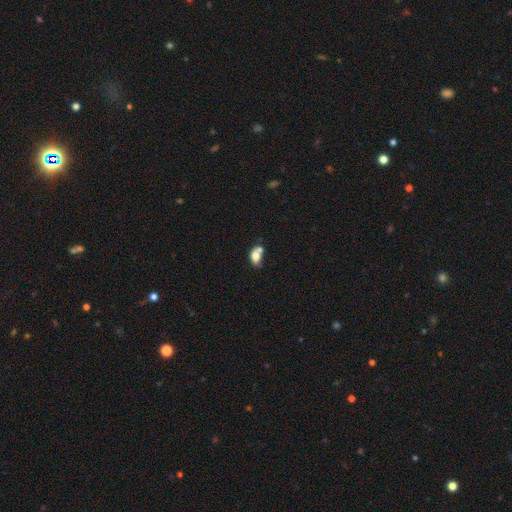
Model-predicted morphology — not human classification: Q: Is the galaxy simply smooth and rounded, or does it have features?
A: smooth — 74%.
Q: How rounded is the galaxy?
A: in between — 79%.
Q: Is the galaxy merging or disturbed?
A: merger — 46%.